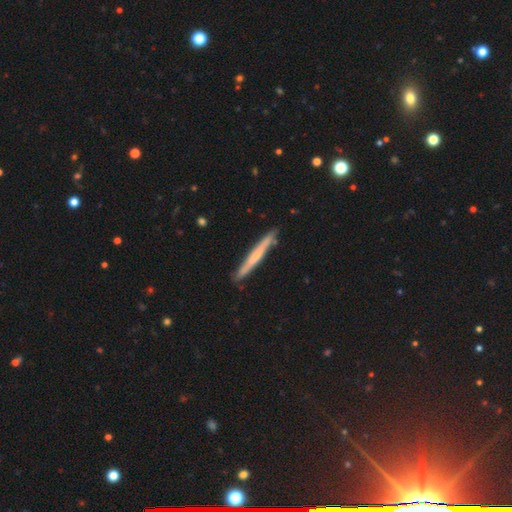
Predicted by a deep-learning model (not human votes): This is possibly a smooth galaxy (50%). Merging: clearly none (87%).